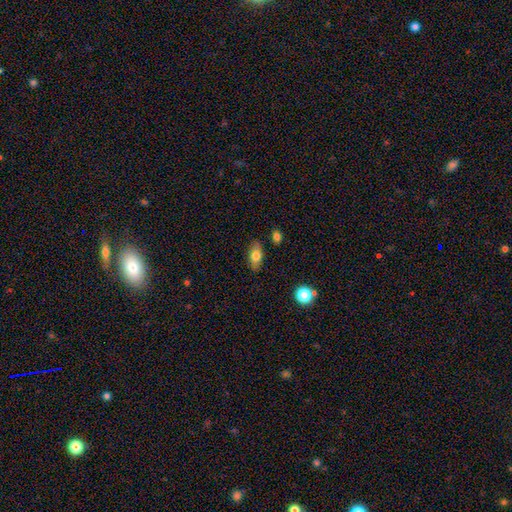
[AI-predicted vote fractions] Overall: smooth (75%). How rounded: in between (85%). Merging: none (85%).